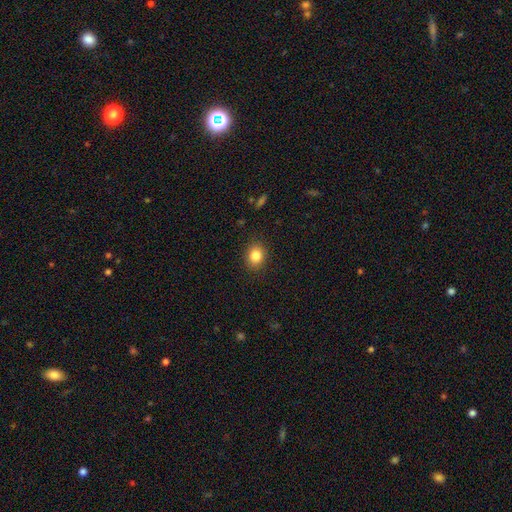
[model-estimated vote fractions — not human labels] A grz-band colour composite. It shows a smooth galaxy with no disk features (85%) that is round (55%). Merging: none (88%).